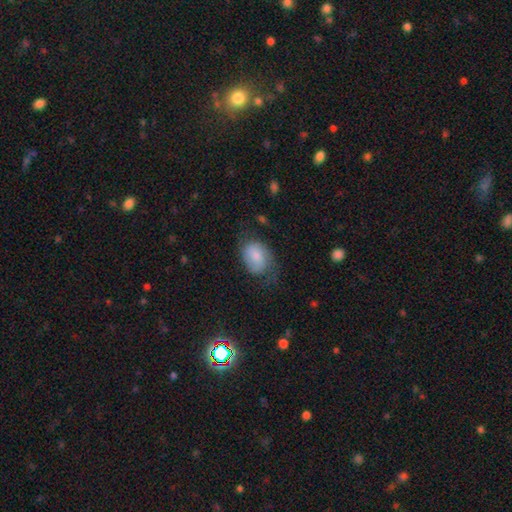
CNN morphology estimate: Smooth or featured?
  - smooth: 58% *
  - featured or disk: 34%
  - star or artifact: 8%
How rounded?
  - in between: 73% *
  - round: 26%
  - cigar-shaped: 1%
Merging?
  - none: 47% *
  - minor disturbance: 29%
  - major disturbance: 22%
  - merger: 2%